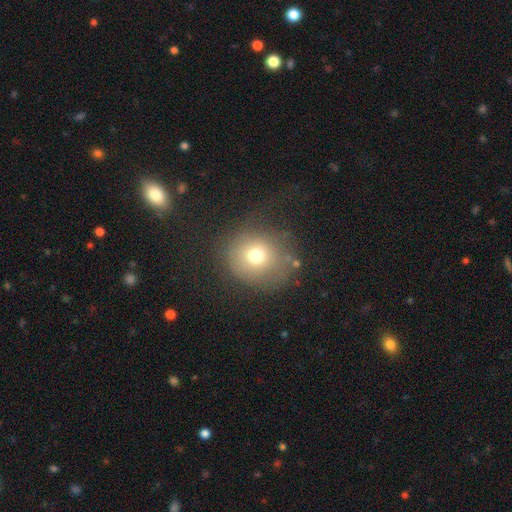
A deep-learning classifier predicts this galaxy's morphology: type=smooth (71%); roundness=round (85%); merging=none (66%).